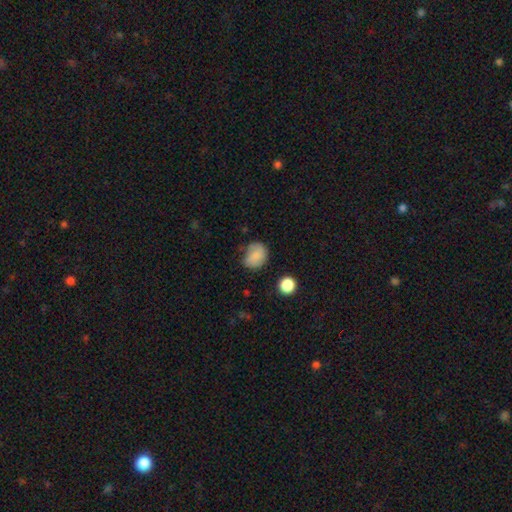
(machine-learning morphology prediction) This is likely a smooth galaxy (77%). How rounded: possibly round (60%). Merging: possibly none (59%).